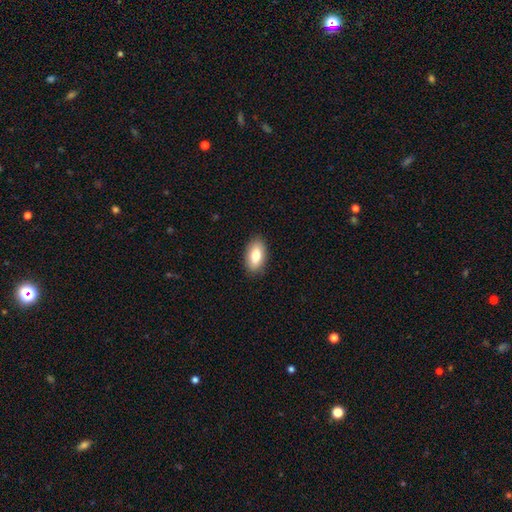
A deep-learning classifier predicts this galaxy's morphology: type=smooth (79%); roundness=in between (92%); merging=none (89%).